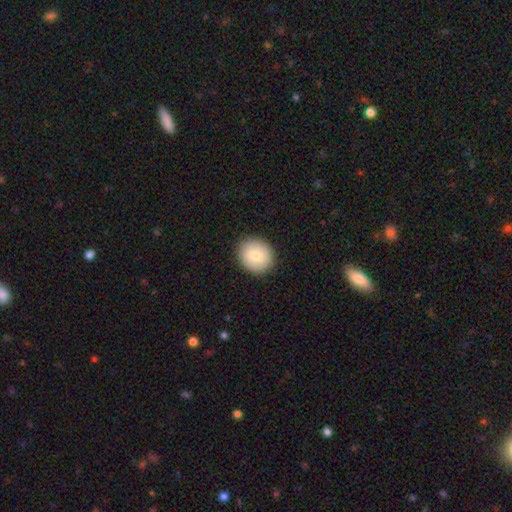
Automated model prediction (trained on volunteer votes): smooth 79%, featured or disk 14%, star or artifact 8%. Down the decision tree: how rounded — round (79%); merging — none (90%).